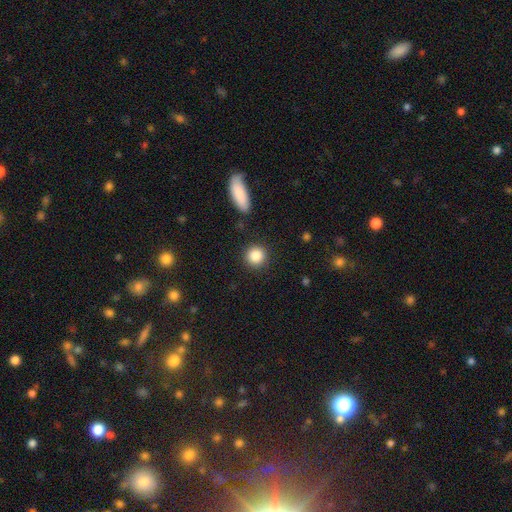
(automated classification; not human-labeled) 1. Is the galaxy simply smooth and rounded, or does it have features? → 87% smooth, 9% star or artifact, 4% featured or disk.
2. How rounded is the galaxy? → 91% round, 7% in between, 1% cigar-shaped.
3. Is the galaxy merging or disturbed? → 89% none, 6% minor disturbance, 3% major disturbance, 2% merger.